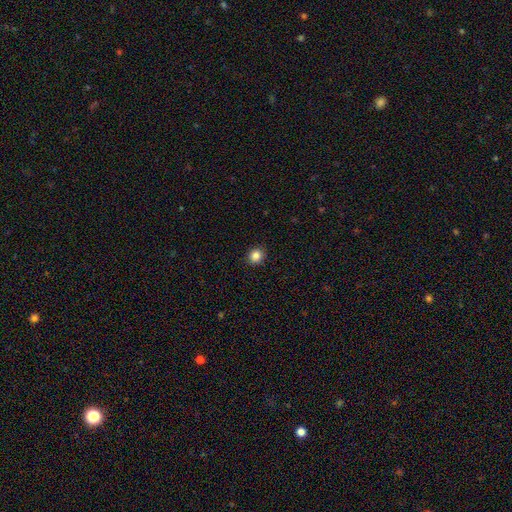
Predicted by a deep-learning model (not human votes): This is clearly a smooth galaxy (85%). How rounded: clearly round (84%). Merging: clearly none (91%).